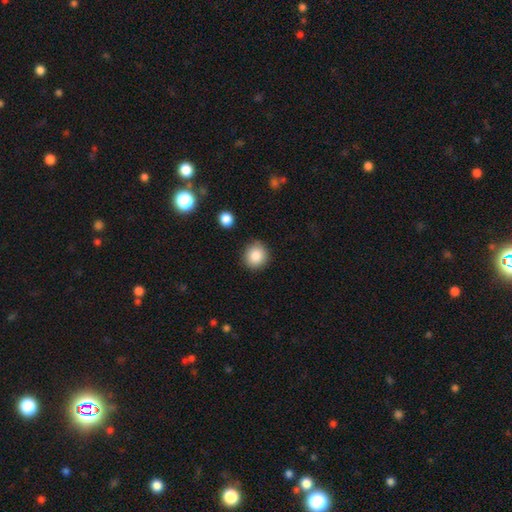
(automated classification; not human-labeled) Smooth or featured?
  - smooth: 86% *
  - star or artifact: 9%
  - featured or disk: 5%
How rounded?
  - round: 87% *
  - in between: 12%
  - cigar-shaped: 1%
Merging?
  - none: 87% *
  - minor disturbance: 9%
  - major disturbance: 2%
  - merger: 2%